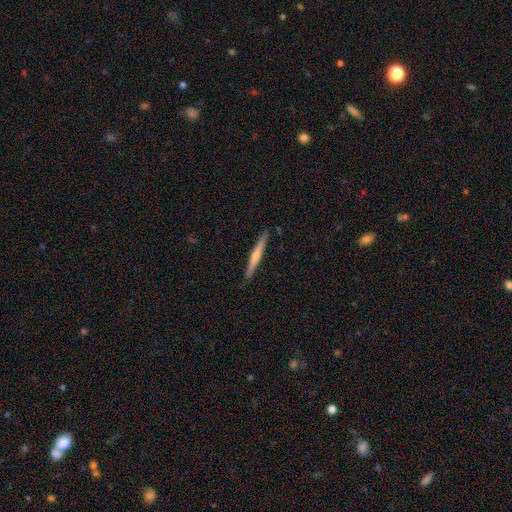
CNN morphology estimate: This is likely a featured or disk galaxy (66%). It is clearly viewed edge-on (98%). Edge-on bulge: likely rounded (75%). Merging: clearly none (91%).